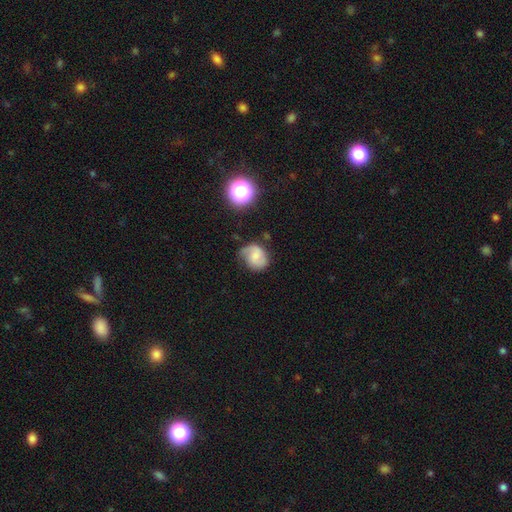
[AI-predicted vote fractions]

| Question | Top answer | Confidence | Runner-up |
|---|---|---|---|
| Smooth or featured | featured or disk | 50% | smooth (40%) |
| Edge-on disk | no | 97% | yes (3%) |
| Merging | none | 54% | minor disturbance (30%) |